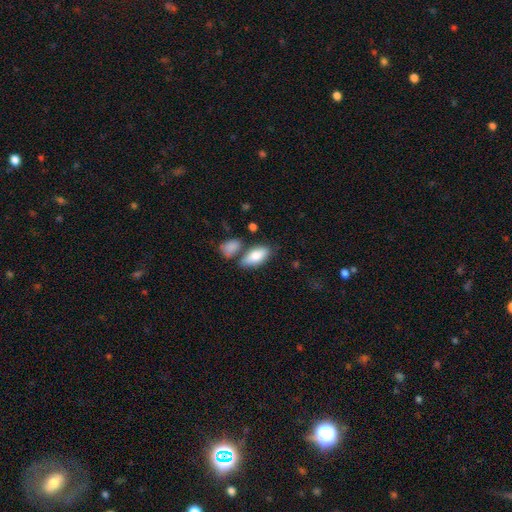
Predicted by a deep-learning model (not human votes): smooth_or_featured: smooth (p=0.81) [alt: featured or disk p=0.13]
how_rounded: in between (p=0.86) [alt: cigar-shaped p=0.11]
merging: none (p=0.60) [alt: merger p=0.19]